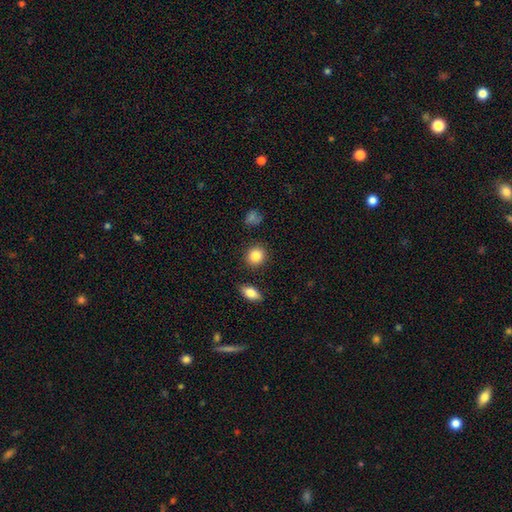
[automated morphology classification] Smooth or featured: smooth — 86% (star or artifact — 9%)
How rounded: round — 85% (in between — 14%)
Merging: none — 89% (minor disturbance — 7%)